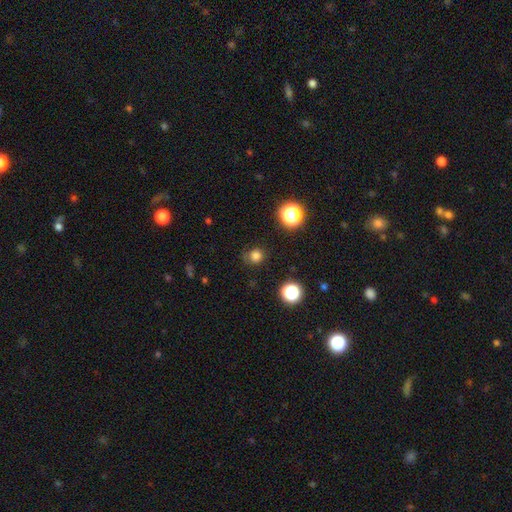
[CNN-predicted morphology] Smooth or featured? Predicted: smooth (p=0.79). How rounded? Predicted: round (p=0.88). Merging? Predicted: none (p=0.79).